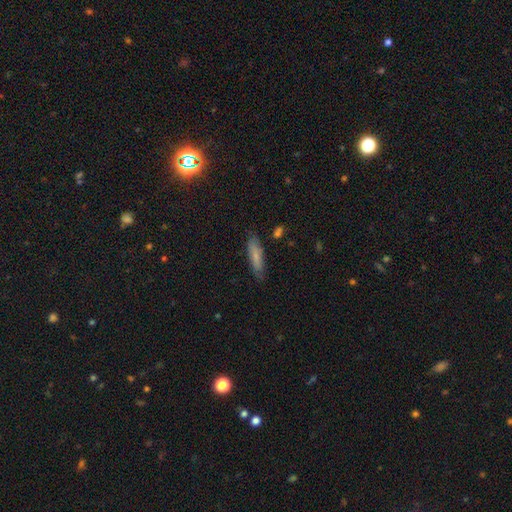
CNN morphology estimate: A smooth galaxy with no disk features (70%) that is cigar-shaped (74%). Merging: none (81%).